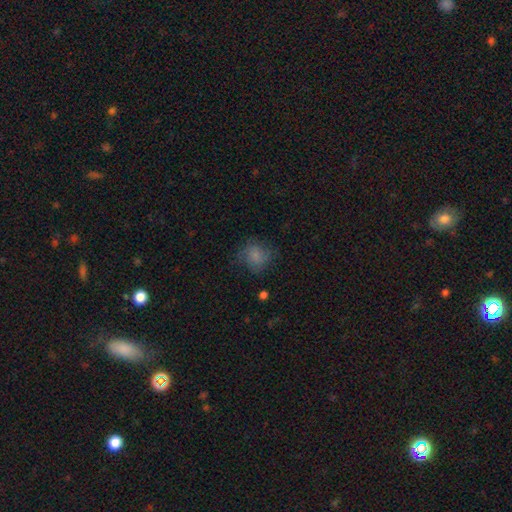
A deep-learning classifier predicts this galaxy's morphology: Smooth or featured? Predicted: smooth (p=0.71). How rounded? Predicted: round (p=0.74). Merging? Predicted: none (p=0.64).